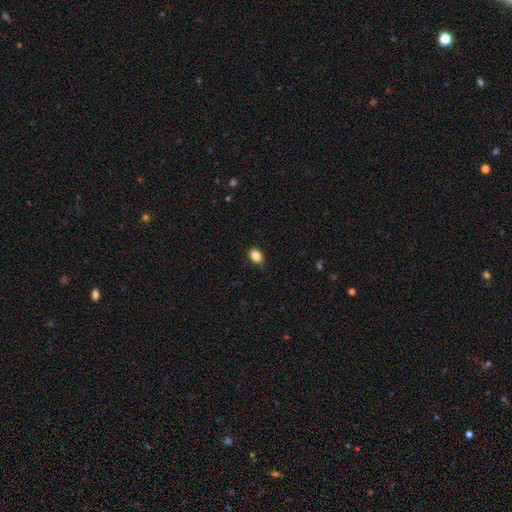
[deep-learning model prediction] A smooth galaxy with no disk features (86%) that is in between round and cigar-shaped (71%).

Vote fractions:
- Smooth or featured? smooth: 86% / star or artifact: 10% / featured or disk: 5%
- How rounded? in between: 71% / round: 27% / cigar-shaped: 1%
- Merging? none: 80% / minor disturbance: 17% / major disturbance: 3% / merger: 1%